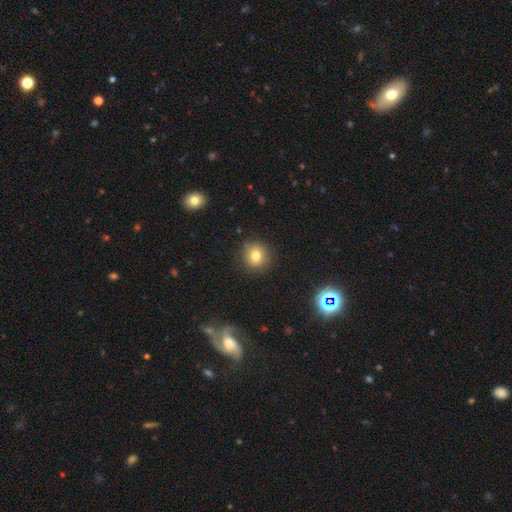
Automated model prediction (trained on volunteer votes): smooth-or-featured: smooth: 78% | star or artifact: 13% | featured or disk: 10%
  how-rounded: round: 89% | in between: 10% | cigar-shaped: 1%
  merging: none: 87% | minor disturbance: 9% | major disturbance: 3% | merger: 1%